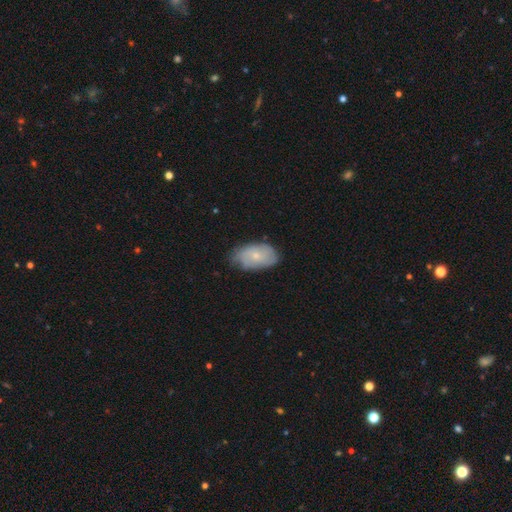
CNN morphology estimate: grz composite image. It shows a smooth galaxy with no disk features (57%) that is in between round and cigar-shaped (92%). Merging: none (65%).